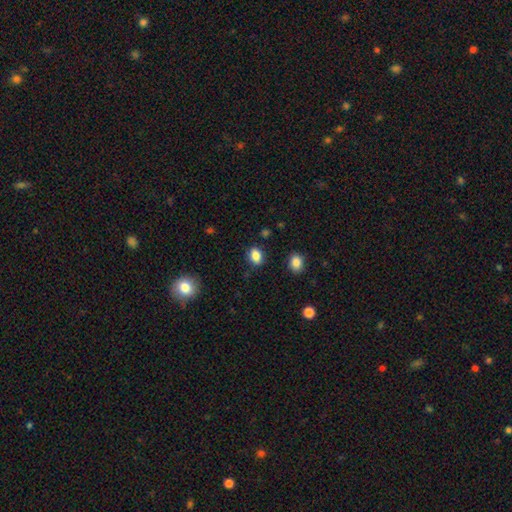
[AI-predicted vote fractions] Overall: smooth (85%). How rounded: in between (73%). Merging: none (85%).